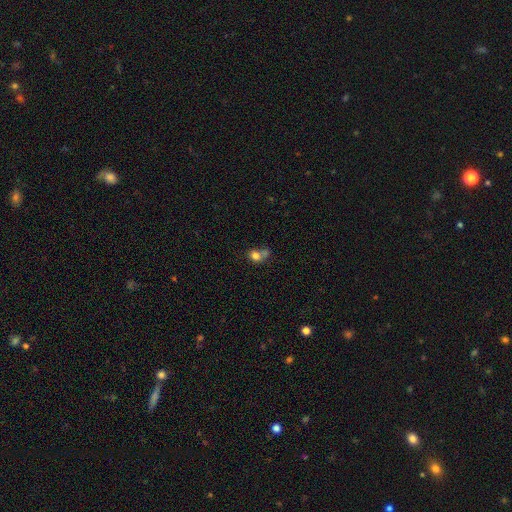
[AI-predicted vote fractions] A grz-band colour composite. It shows a smooth galaxy with no disk features (76%) that is round (59%). Merging: merger (50%).